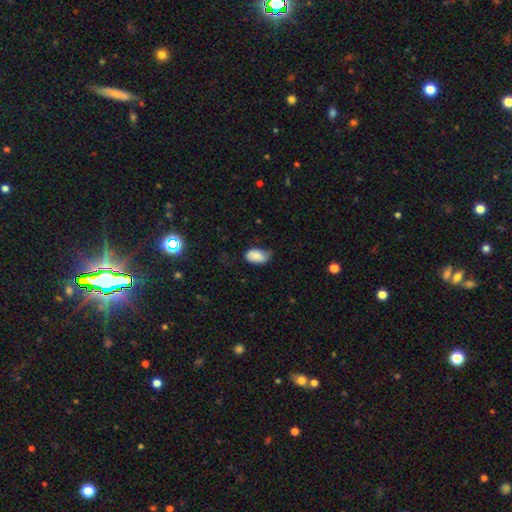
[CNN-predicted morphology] A smooth galaxy with no disk features (81%) that is in between round and cigar-shaped (91%). Merging: none (46%).